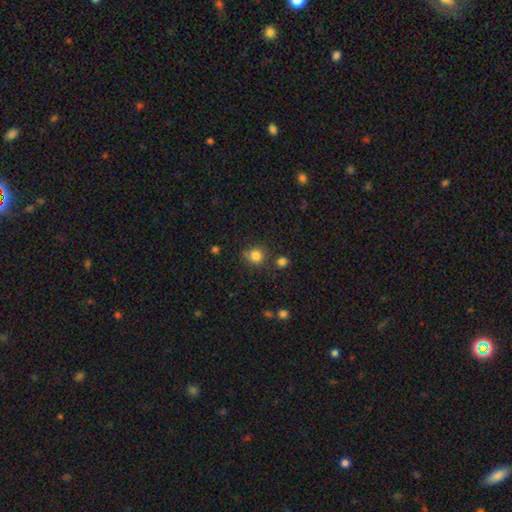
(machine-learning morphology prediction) Overall: smooth (83%). How rounded: round (86%). Merging: none (74%).